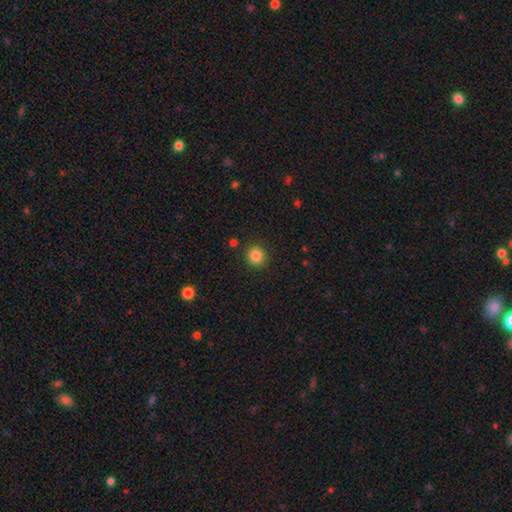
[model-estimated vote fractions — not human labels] The model was most divided on "smooth or featured": smooth: 85%, star or artifact: 11%, featured or disk: 5%. More confident: merging — none (90%); how rounded — round (90%).